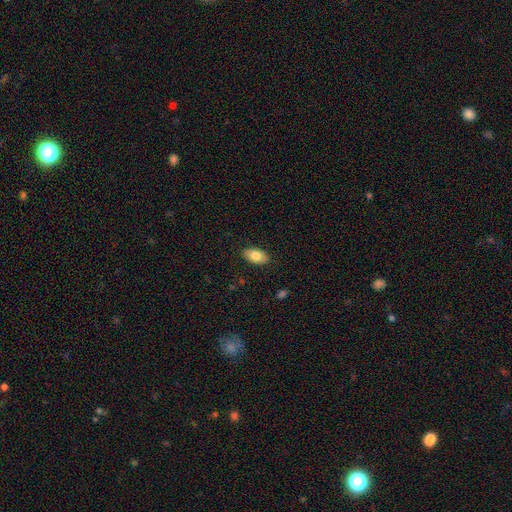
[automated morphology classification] A smooth galaxy with no disk features (81%) that is in between round and cigar-shaped (93%). Merging: none (88%).